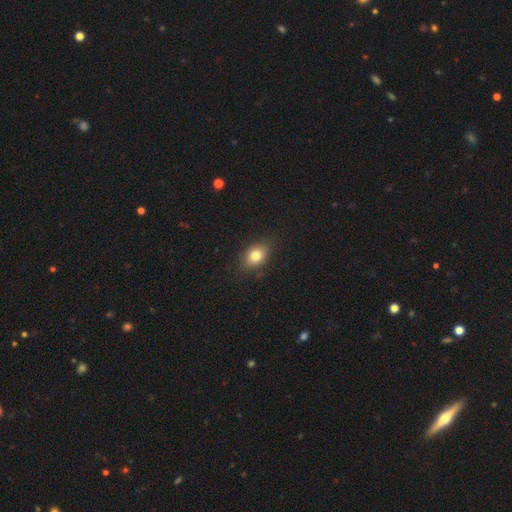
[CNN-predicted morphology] A smooth galaxy with no disk features (78%) that is in between round and cigar-shaped (69%). Merging: none (81%).